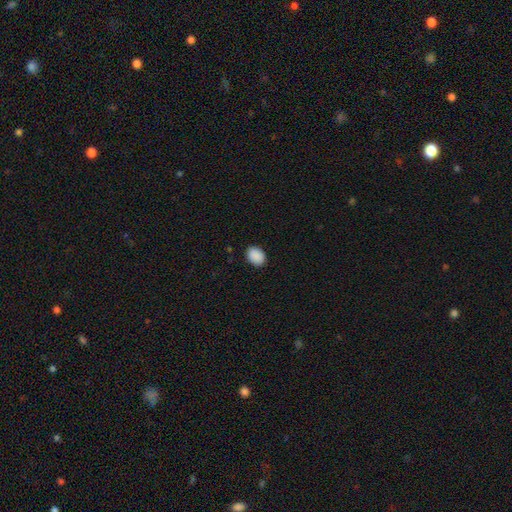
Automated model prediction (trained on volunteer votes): Smooth or featured? smooth (90%)
How rounded? in between (65%)
Merging? none (89%)